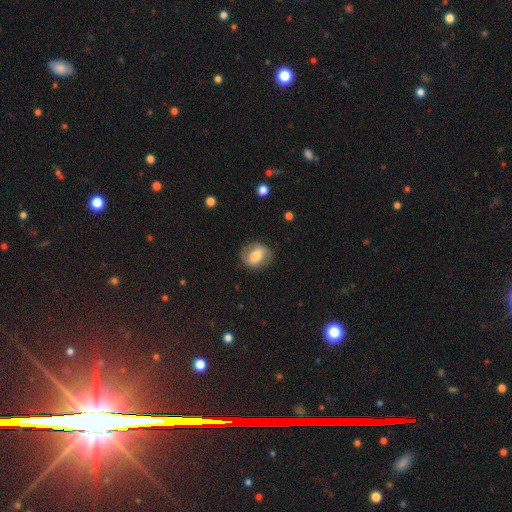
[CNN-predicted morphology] Smooth or featured? smooth (53%)
How rounded? in between (50%)
Merging? none (77%)